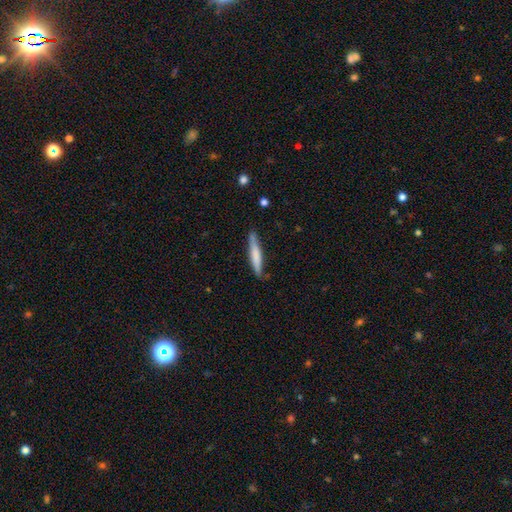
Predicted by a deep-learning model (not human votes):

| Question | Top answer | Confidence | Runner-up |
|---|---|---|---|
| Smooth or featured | smooth | 67% | featured or disk (28%) |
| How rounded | cigar-shaped | 92% | in between (6%) |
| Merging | none | 83% | minor disturbance (13%) |